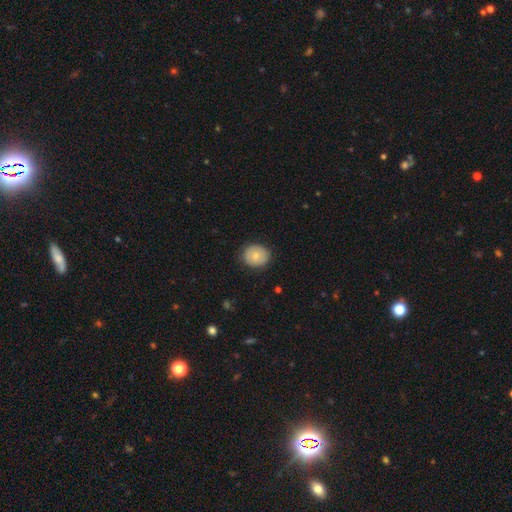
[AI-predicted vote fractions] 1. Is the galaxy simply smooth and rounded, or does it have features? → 72% smooth, 20% featured or disk, 7% star or artifact.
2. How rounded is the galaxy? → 67% round, 32% in between, 1% cigar-shaped.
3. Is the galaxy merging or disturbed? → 82% none, 14% minor disturbance, 3% major disturbance, 1% merger.